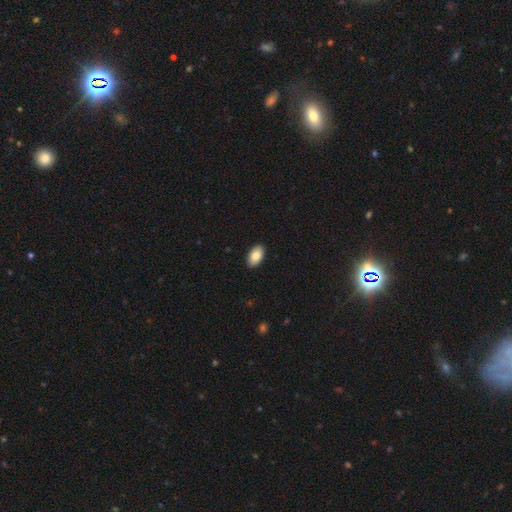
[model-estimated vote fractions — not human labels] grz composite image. It shows a smooth galaxy with no disk features (85%) that is in between round and cigar-shaped (94%). Merging: none (91%).